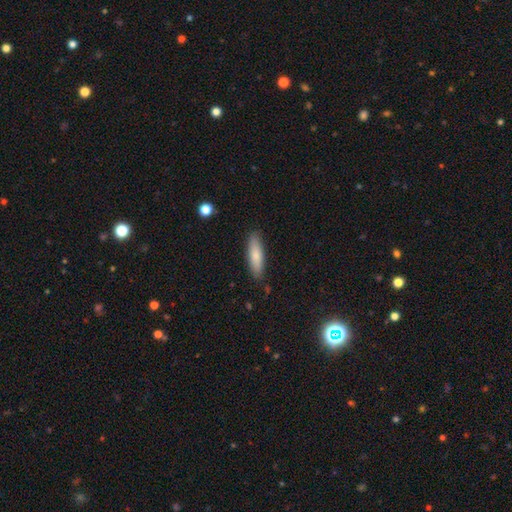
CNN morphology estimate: Smooth or featured: smooth — 79% (featured or disk — 15%)
How rounded: cigar-shaped — 62% (in between — 37%)
Merging: none — 86% (minor disturbance — 10%)